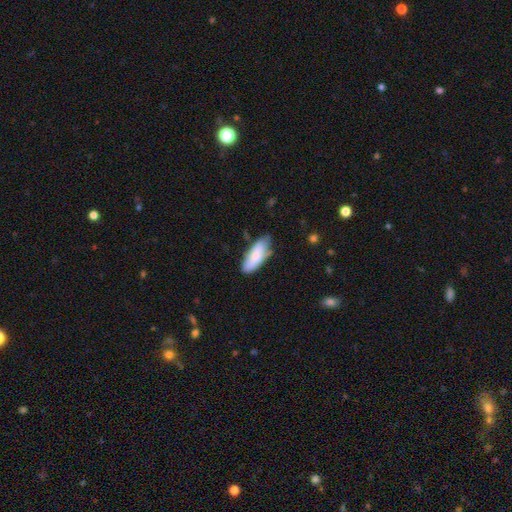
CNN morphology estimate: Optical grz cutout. It shows a smooth galaxy with no disk features (79%) that is in between round and cigar-shaped (74%). Merging: none (65%).